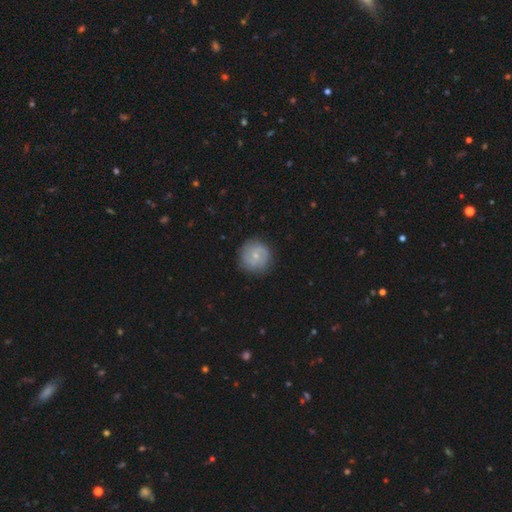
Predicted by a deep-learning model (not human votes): smooth_or_featured: featured or disk (p=0.55) [alt: smooth p=0.38]
disk_edge_on: no (p=0.98) [alt: yes p=0.02]
bar: no (p=0.64) [alt: weak p=0.31]
has_spiral_arms: yes (p=0.80) [alt: no p=0.20]
bulge_size: small (p=0.66) [alt: moderate p=0.29]
merging: none (p=0.82) [alt: minor disturbance p=0.13]